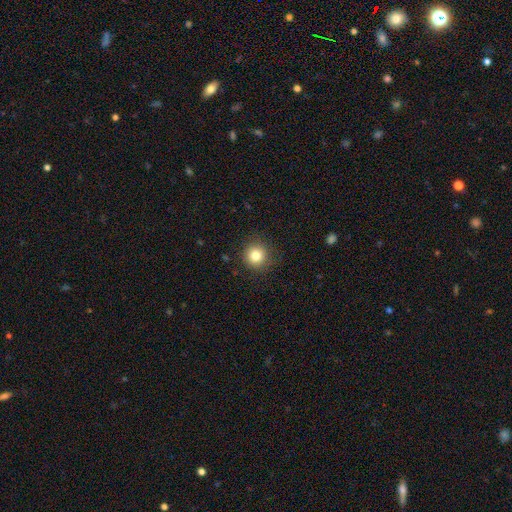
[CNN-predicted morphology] This appears to be a smooth galaxy with no disk features (82%) that is round (94%). Merging: none (87%).